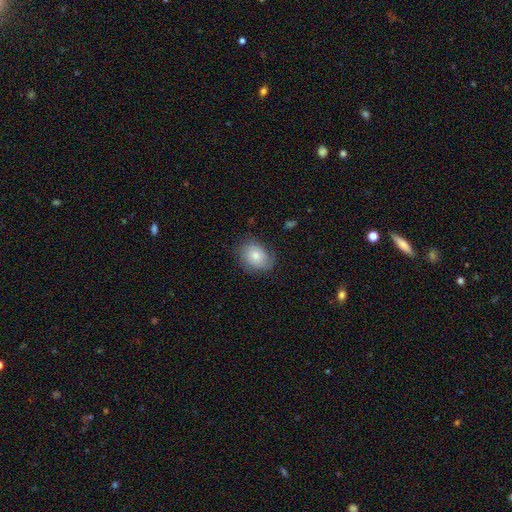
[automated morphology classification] This appears to be a smooth galaxy with no disk features (70%) that is in between round and cigar-shaped (52%). Merging: none (69%).